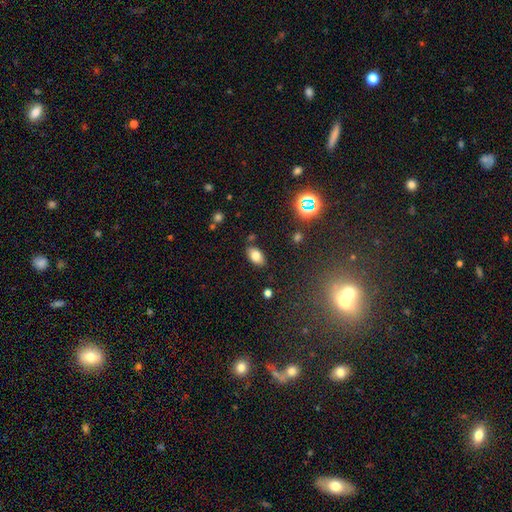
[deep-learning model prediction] Q: Smooth or featured?
A: smooth (78%); runner-up: featured or disk (11%)
Q: How rounded?
A: in between (91%); runner-up: round (7%)
Q: Merging?
A: none (82%); runner-up: minor disturbance (12%)